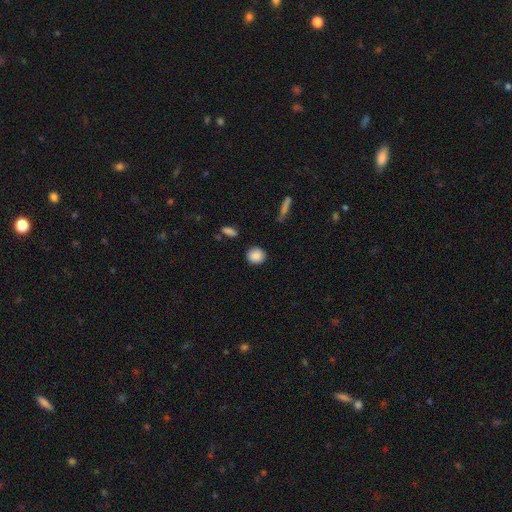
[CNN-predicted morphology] smooth 88%, star or artifact 8%, featured or disk 4%. Down the decision tree: how rounded — round (83%); merging — none (88%).